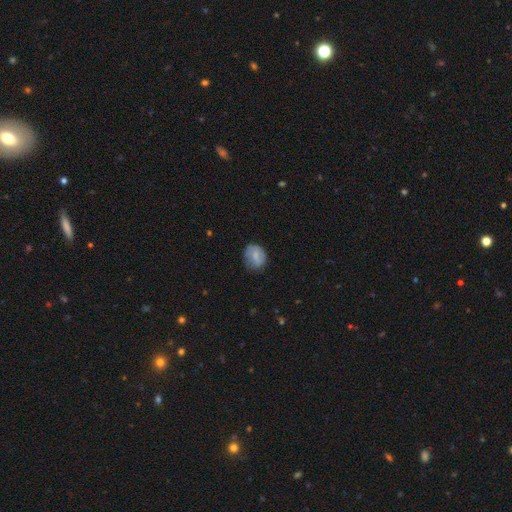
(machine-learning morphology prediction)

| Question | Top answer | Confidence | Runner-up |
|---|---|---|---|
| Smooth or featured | smooth | 72% | featured or disk (19%) |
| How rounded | round | 59% | in between (40%) |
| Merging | none | 65% | minor disturbance (25%) |